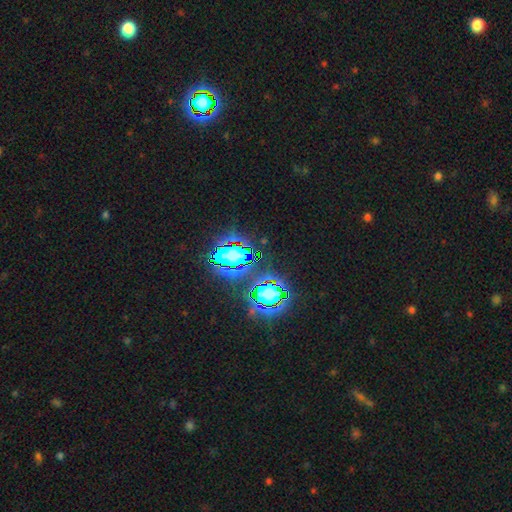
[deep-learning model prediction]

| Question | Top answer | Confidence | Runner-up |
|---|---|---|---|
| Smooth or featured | star or artifact | 81% | smooth (12%) |